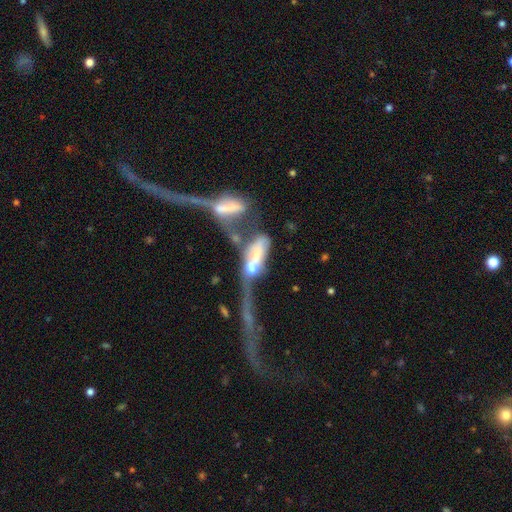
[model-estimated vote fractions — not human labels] Morphology: type=featured or disk (49%); merging=merger (71%).